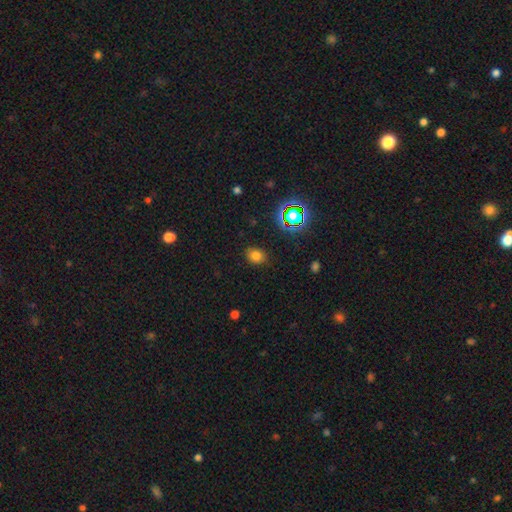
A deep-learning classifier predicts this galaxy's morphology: This appears to be a smooth galaxy with no disk features (74%) that is in between round and cigar-shaped (52%). Merging: none (85%).